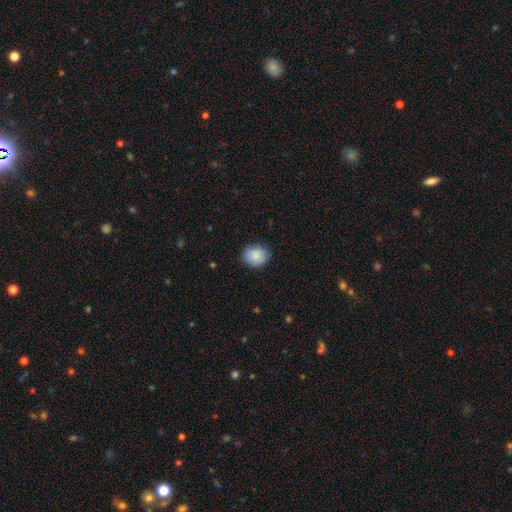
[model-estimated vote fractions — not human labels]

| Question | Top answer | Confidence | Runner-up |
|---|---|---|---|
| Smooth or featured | smooth | 88% | star or artifact (7%) |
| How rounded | round | 64% | in between (35%) |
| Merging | none | 84% | minor disturbance (12%) |